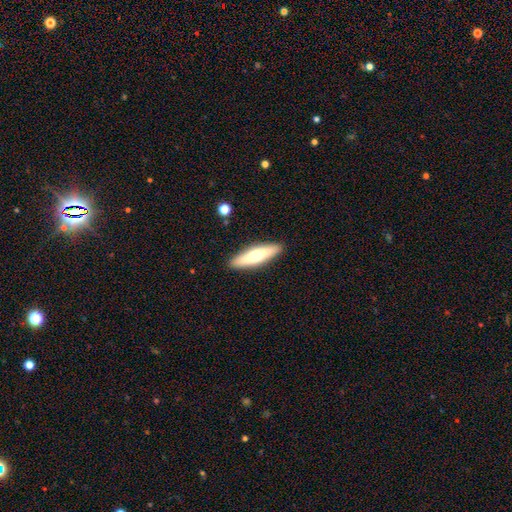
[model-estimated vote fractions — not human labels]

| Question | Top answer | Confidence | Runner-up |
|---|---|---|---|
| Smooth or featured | smooth | 58% | featured or disk (36%) |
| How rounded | cigar-shaped | 68% | in between (30%) |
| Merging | none | 90% | minor disturbance (7%) |